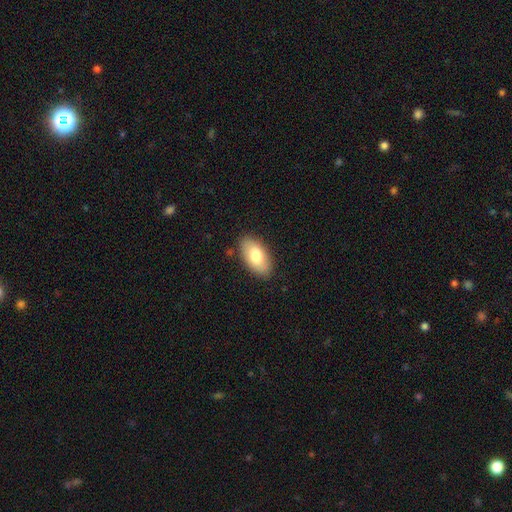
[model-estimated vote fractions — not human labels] Overall: smooth (77%). How rounded: in between (94%). Merging: none (84%).